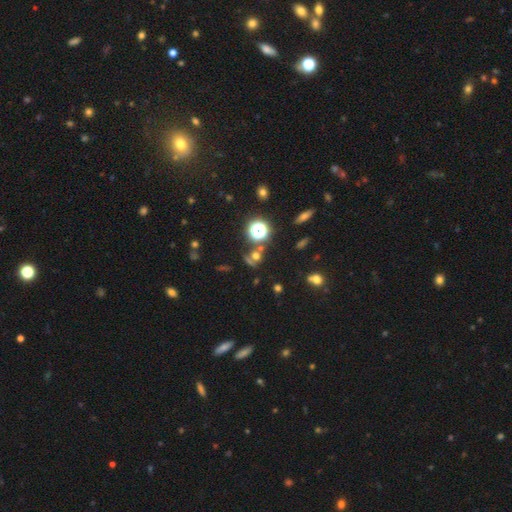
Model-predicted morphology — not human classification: smooth-or-featured: smooth: 43% | star or artifact: 42% | featured or disk: 15%
  merging: none: 63% | merger: 20% | minor disturbance: 11% | major disturbance: 6%